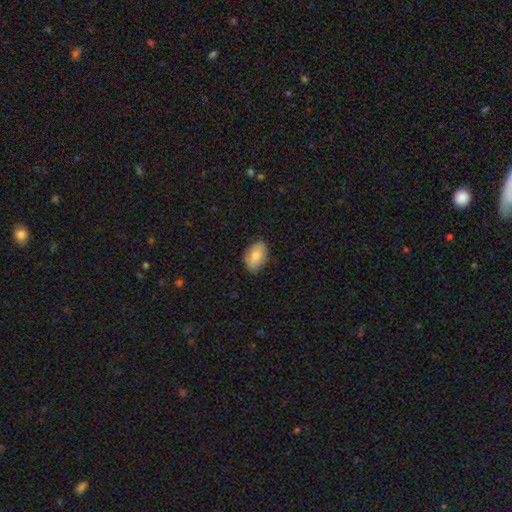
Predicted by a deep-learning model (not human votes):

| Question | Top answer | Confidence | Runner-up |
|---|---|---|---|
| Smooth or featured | smooth | 79% | featured or disk (15%) |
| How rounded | in between | 86% | round (12%) |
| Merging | none | 78% | minor disturbance (18%) |